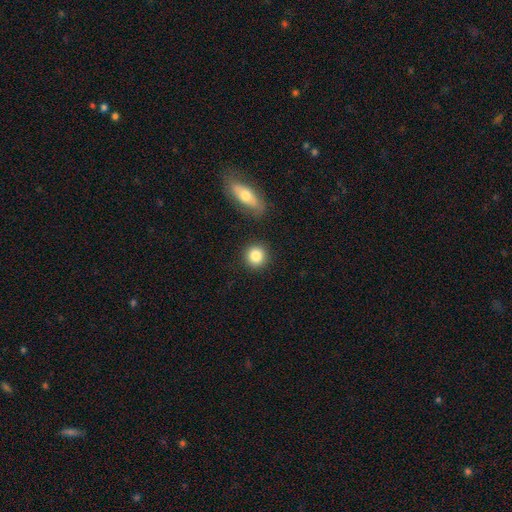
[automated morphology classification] A smooth galaxy with no disk features (84%) that is round (90%).

Vote fractions:
- Smooth or featured? smooth: 84% / star or artifact: 9% / featured or disk: 7%
- How rounded? round: 90% / in between: 9% / cigar-shaped: 1%
- Merging? none: 86% / minor disturbance: 7% / merger: 4% / major disturbance: 3%